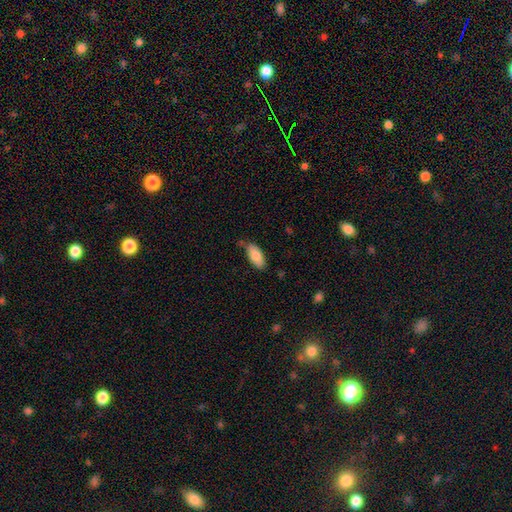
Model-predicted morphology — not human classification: Smooth or featured? smooth (84%)
How rounded? in between (87%)
Merging? none (67%)